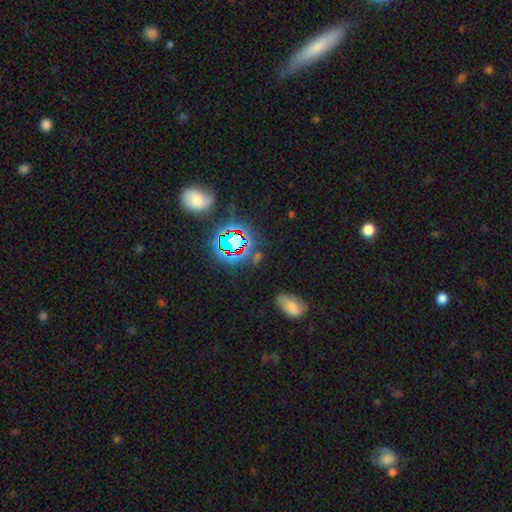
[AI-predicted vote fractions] This appears to be a star or artifact, not a galaxy (66%).